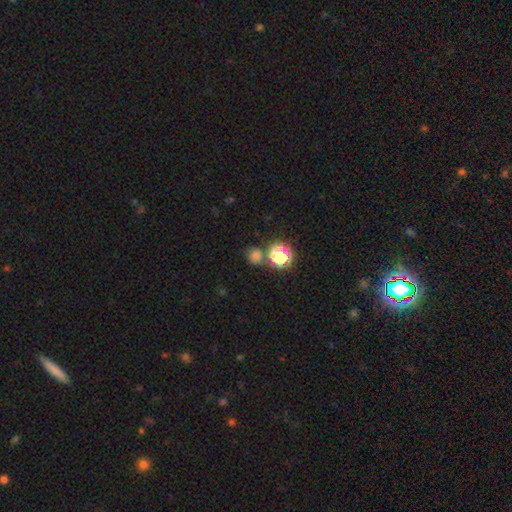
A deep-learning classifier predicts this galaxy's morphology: Smooth or featured? Predicted: smooth (p=0.64). How rounded? Predicted: round (p=0.86). Merging? Predicted: none (p=0.73).